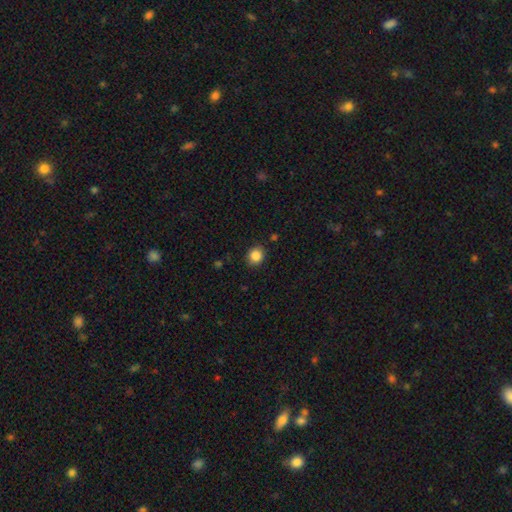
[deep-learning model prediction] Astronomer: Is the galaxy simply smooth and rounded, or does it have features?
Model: smooth — 86%.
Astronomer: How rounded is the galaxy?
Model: round — 84%.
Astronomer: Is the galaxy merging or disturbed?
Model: none — 87%.